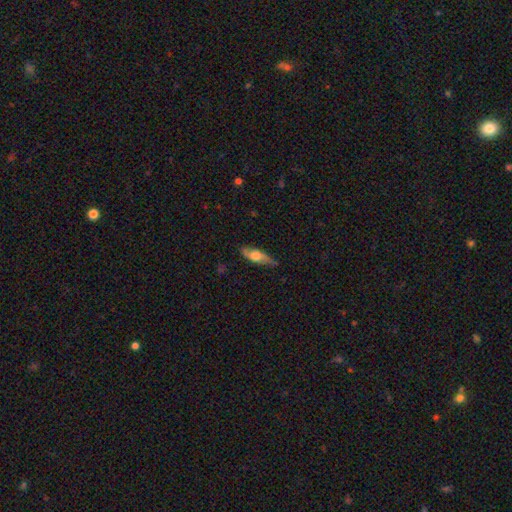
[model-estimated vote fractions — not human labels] A smooth galaxy with no disk features (50%). Merging: none (74%).